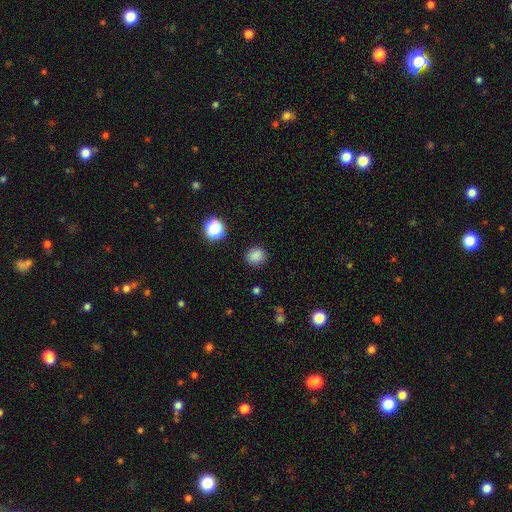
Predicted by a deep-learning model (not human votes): This is clearly a smooth galaxy (83%). How rounded: likely round (78%). Merging: clearly none (87%).